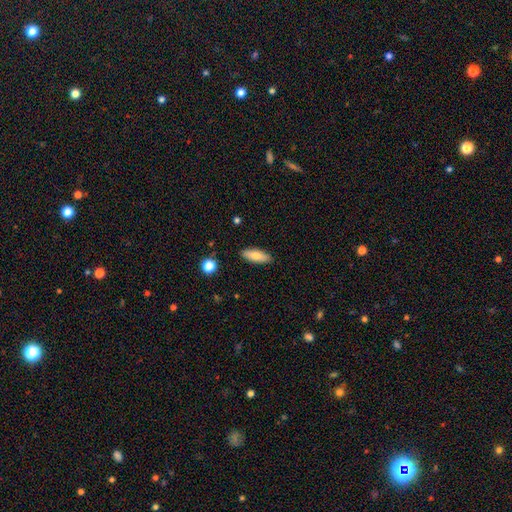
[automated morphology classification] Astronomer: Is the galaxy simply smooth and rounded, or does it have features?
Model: smooth — 76%.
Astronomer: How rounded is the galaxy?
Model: in between — 66%.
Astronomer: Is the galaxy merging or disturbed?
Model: none — 88%.